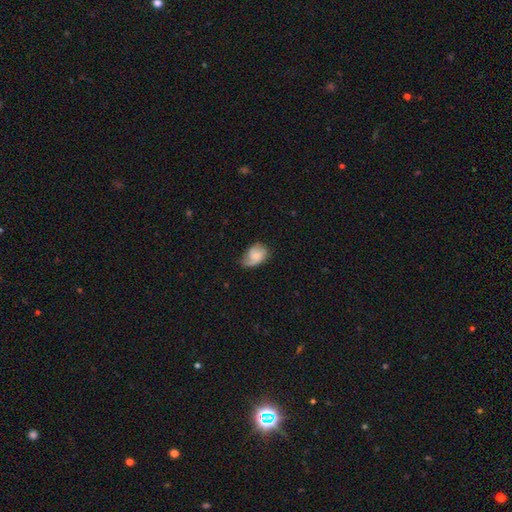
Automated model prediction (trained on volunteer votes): A smooth galaxy with no disk features (55%) that is in between round and cigar-shaped (75%). Merging: none (46%).